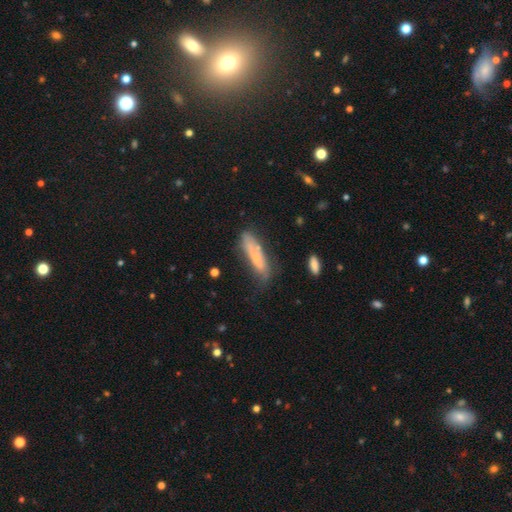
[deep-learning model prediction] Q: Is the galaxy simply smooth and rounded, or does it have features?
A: smooth — 56%.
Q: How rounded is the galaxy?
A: cigar-shaped — 70%.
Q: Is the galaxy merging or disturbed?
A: none — 48%.